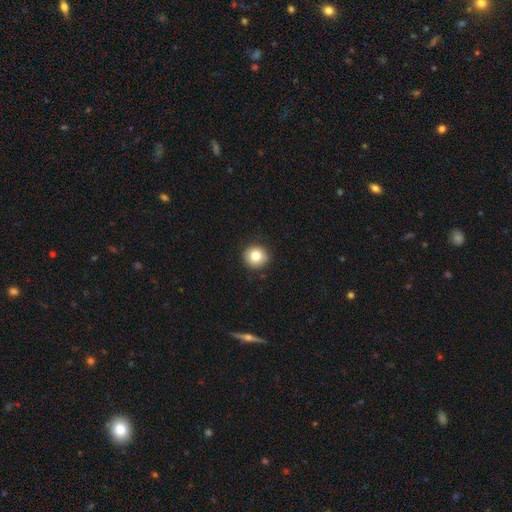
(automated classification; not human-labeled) Smooth or featured? Predicted: smooth (p=0.81). How rounded? Predicted: round (p=0.90). Merging? Predicted: none (p=0.90).